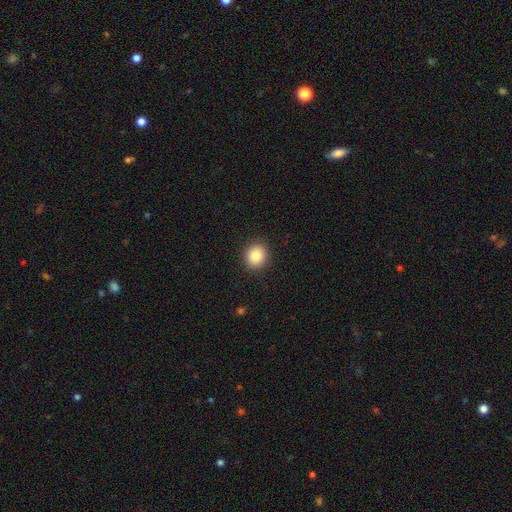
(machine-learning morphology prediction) Smooth or featured? Predicted: smooth (p=0.85). How rounded? Predicted: round (p=0.84). Merging? Predicted: none (p=0.91).